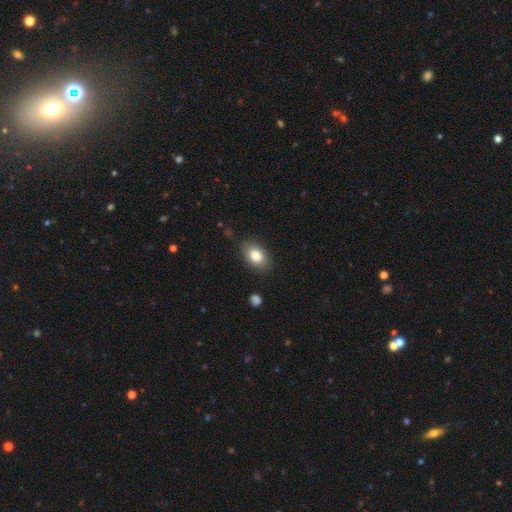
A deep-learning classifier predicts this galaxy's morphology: A smooth galaxy with no disk features (82%) that is in between round and cigar-shaped (85%).

Vote fractions:
- Smooth or featured? smooth: 82% / featured or disk: 10% / star or artifact: 8%
- How rounded? in between: 85% / round: 14% / cigar-shaped: 1%
- Merging? none: 84% / minor disturbance: 11% / major disturbance: 3% / merger: 2%